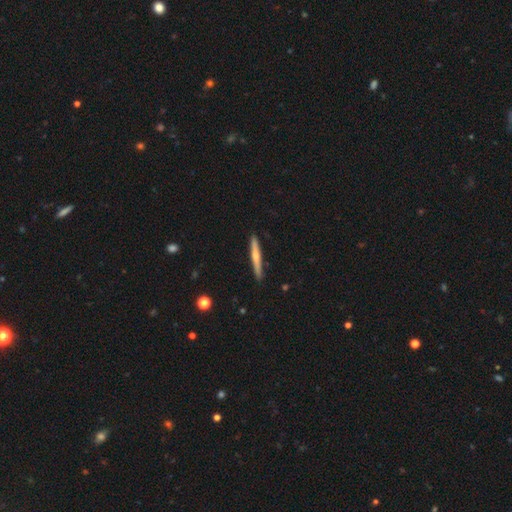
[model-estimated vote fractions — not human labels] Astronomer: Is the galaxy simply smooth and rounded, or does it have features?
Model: featured or disk — 50% (runner-up: smooth, 44%).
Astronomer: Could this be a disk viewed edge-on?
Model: yes — 97%.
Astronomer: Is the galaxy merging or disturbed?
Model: none — 90%.